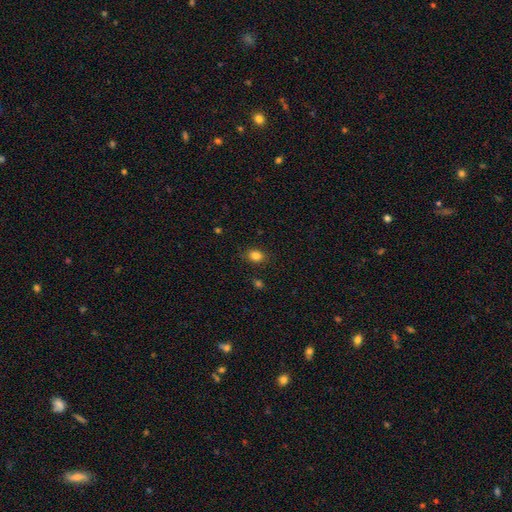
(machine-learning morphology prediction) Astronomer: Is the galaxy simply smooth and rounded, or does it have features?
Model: smooth — 84%.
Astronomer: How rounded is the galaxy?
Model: in between — 62% (runner-up: round, 37%).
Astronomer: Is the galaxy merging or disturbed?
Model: none — 86%.